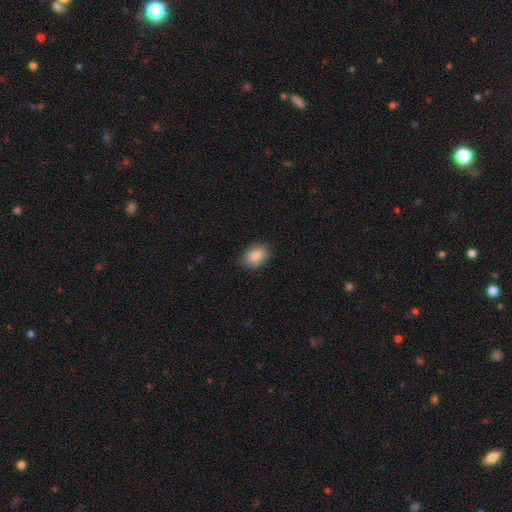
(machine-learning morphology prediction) A smooth galaxy with no disk features (86%) that is in between round and cigar-shaped (81%).

Vote fractions:
- Smooth or featured? smooth: 86% / featured or disk: 7% / star or artifact: 7%
- How rounded? in between: 81% / round: 18% / cigar-shaped: 1%
- Merging? none: 81% / minor disturbance: 16% / major disturbance: 3% / merger: 1%